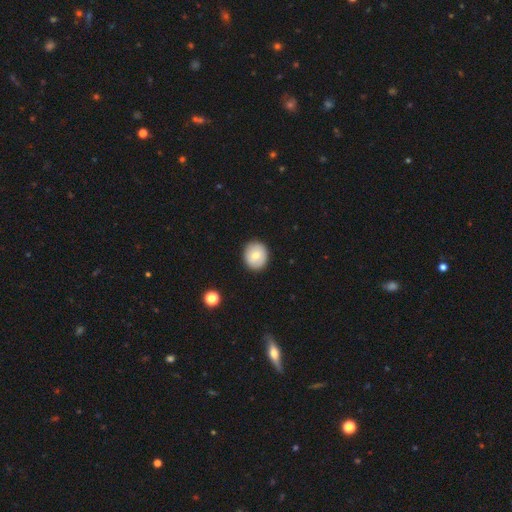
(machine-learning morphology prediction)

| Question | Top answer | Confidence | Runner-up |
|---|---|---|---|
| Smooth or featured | smooth | 72% | featured or disk (20%) |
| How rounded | round | 82% | in between (17%) |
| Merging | none | 90% | minor disturbance (7%) |